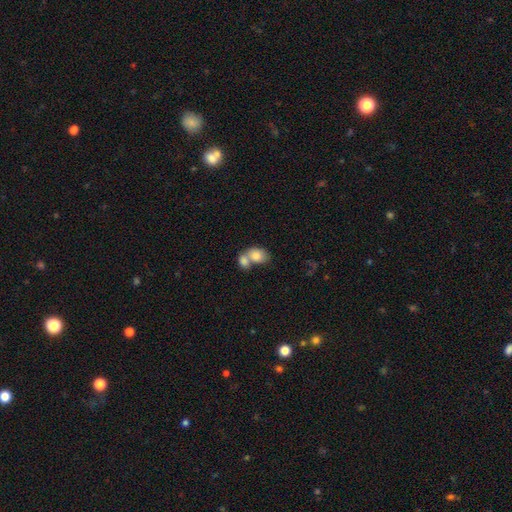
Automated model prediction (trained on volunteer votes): Q: Smooth or featured?
A: smooth (80%); runner-up: featured or disk (13%)
Q: How rounded?
A: in between (67%); runner-up: round (31%)
Q: Merging?
A: merger (66%); runner-up: none (23%)